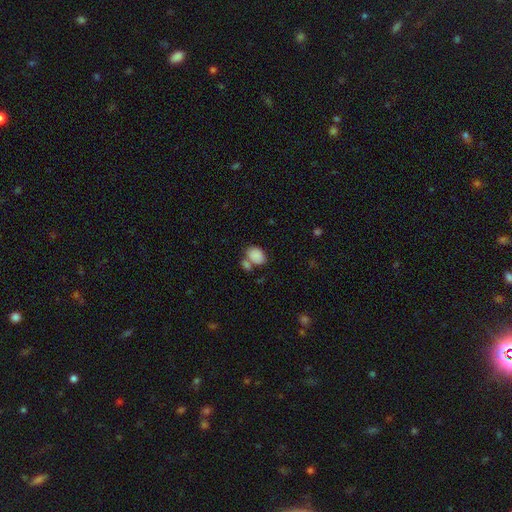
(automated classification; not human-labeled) This appears to be a smooth galaxy with no disk features (86%) that is in between round and cigar-shaped (72%). Merging: none (48%).